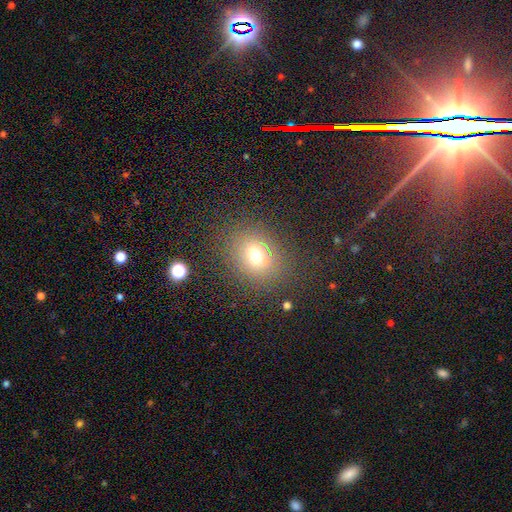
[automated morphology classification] Smooth or featured?
  - smooth: 64% *
  - star or artifact: 21%
  - featured or disk: 14%
How rounded?
  - round: 59% *
  - in between: 39%
  - cigar-shaped: 1%
Merging?
  - none: 76% *
  - minor disturbance: 12%
  - major disturbance: 7%
  - merger: 4%